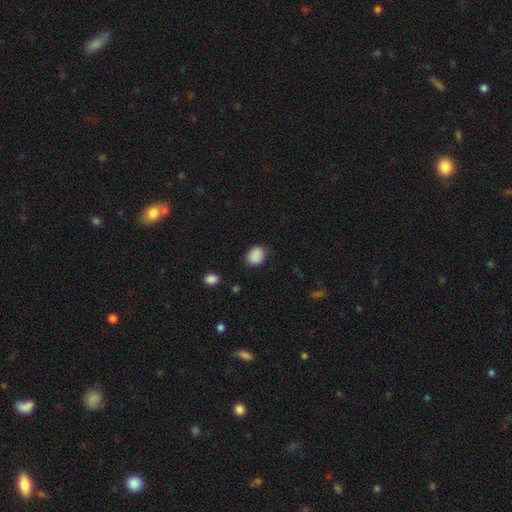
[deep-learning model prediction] A smooth galaxy with no disk features (88%) that is round (50%).

Vote fractions:
- Smooth or featured? smooth: 88% / star or artifact: 8% / featured or disk: 3%
- How rounded? round: 50% / in between: 49% / cigar-shaped: 1%
- Merging? none: 78% / minor disturbance: 16% / major disturbance: 4% / merger: 2%